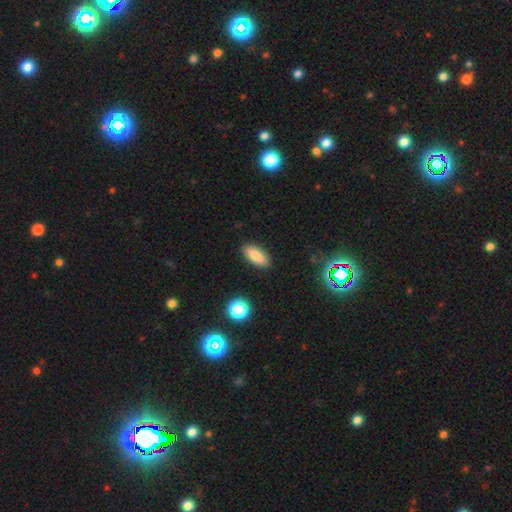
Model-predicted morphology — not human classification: This appears to be a smooth galaxy with no disk features (84%) that is in between round and cigar-shaped (84%). Merging: none (89%).